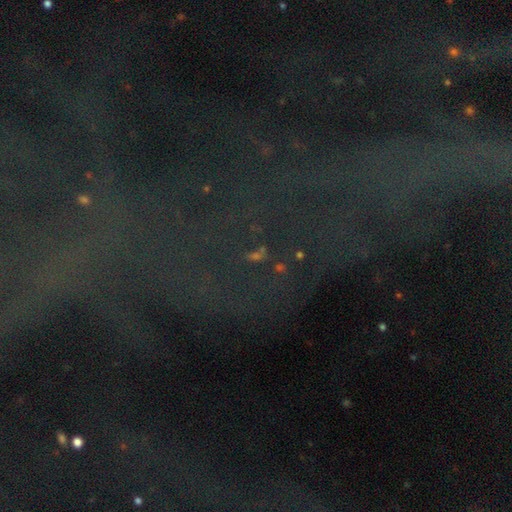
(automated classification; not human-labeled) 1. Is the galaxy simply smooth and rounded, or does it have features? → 73% star or artifact, 14% smooth, 13% featured or disk.